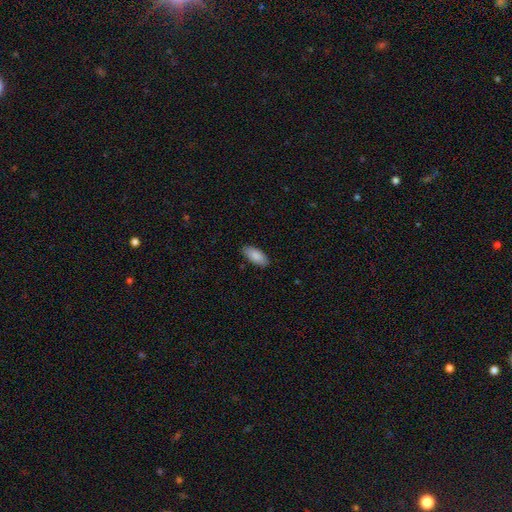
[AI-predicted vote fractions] smooth-or-featured: smooth: 88% | featured or disk: 6% | star or artifact: 6%
  how-rounded: in between: 88% | cigar-shaped: 10% | round: 2%
  merging: none: 86% | minor disturbance: 10% | major disturbance: 2% | merger: 1%